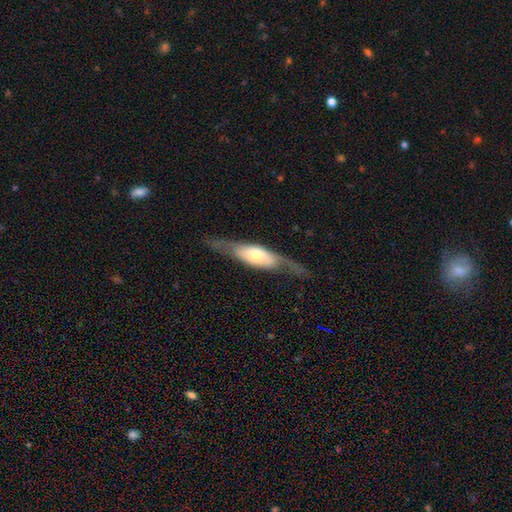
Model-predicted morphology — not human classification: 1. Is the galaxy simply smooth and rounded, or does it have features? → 64% featured or disk, 30% smooth, 5% star or artifact.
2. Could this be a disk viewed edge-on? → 59% yes, 41% no.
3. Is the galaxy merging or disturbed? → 64% none, 20% minor disturbance, 14% major disturbance, 2% merger.